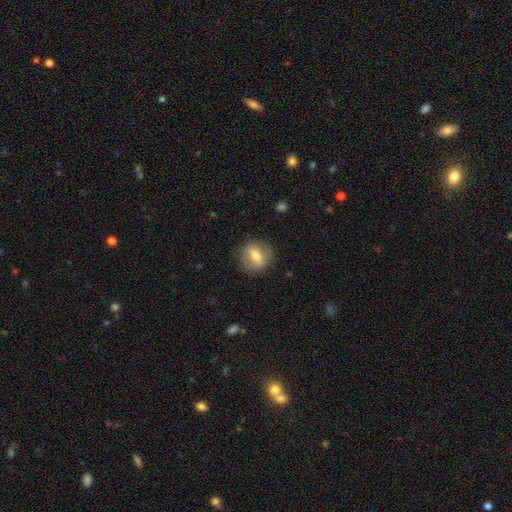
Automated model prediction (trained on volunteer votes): Smooth or featured? smooth (62%)
How rounded? round (79%)
Merging? none (85%)